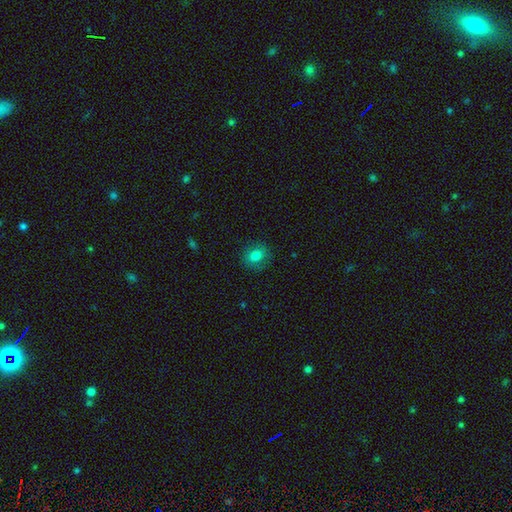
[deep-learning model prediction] Overall: smooth (80%). How rounded: round (70%). Merging: none (86%).